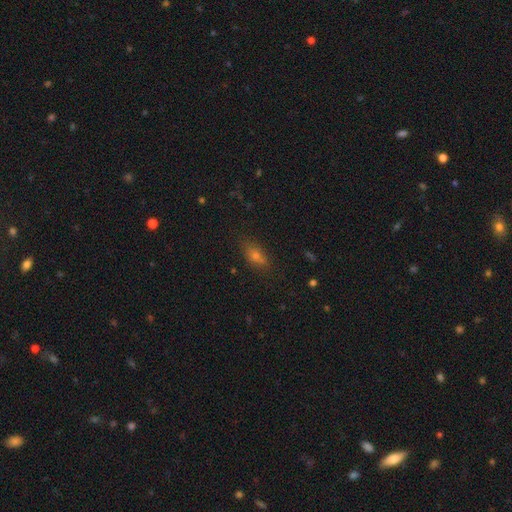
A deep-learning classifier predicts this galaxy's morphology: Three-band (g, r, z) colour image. It shows a smooth galaxy with no disk features (63%) that is in between round and cigar-shaped (72%). Merging: none (79%).